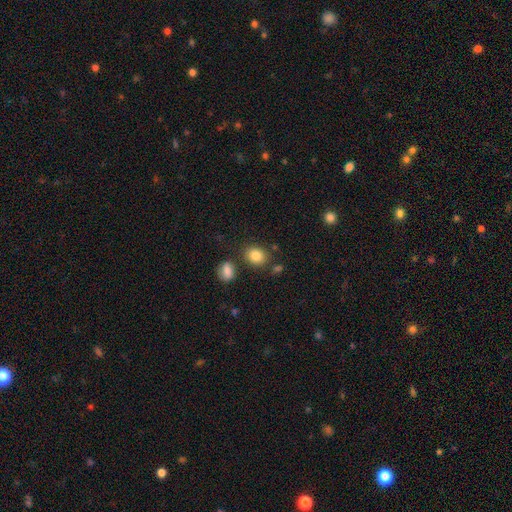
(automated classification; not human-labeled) smooth_or_featured: smooth (p=0.84) [alt: star or artifact p=0.10]
how_rounded: round (p=0.54) [alt: in between p=0.45]
merging: none (p=0.77) [alt: minor disturbance p=0.11]